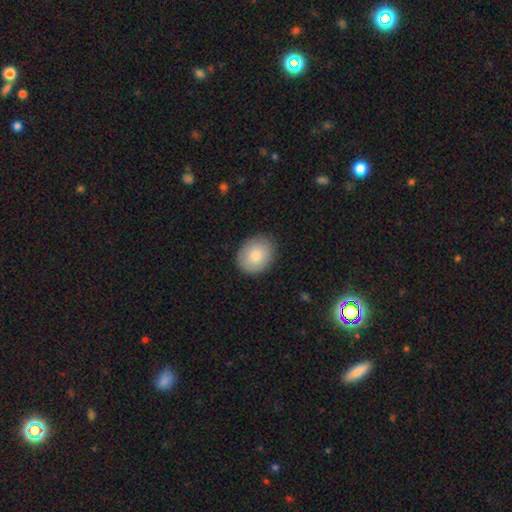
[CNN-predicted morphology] smooth-or-featured: smooth: 82% | featured or disk: 11% | star or artifact: 7%
  how-rounded: in between: 51% | round: 48% | cigar-shaped: 1%
  merging: none: 87% | minor disturbance: 10% | major disturbance: 2% | merger: 1%